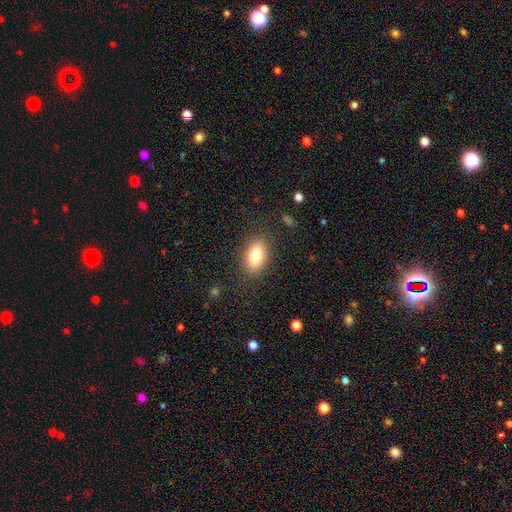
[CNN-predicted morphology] type=smooth (80%); roundness=in between (88%); merging=none (85%).